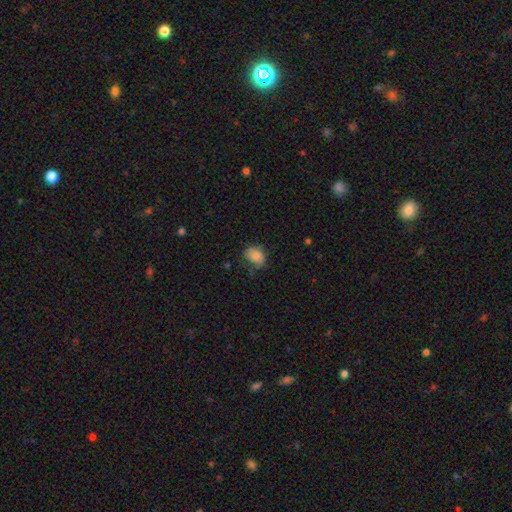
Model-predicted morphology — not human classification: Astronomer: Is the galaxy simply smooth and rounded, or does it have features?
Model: smooth — 72%.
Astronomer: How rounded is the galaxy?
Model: round — 50% (runner-up: in between, 49%).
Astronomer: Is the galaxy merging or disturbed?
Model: none — 56% (runner-up: minor disturbance, 31%).